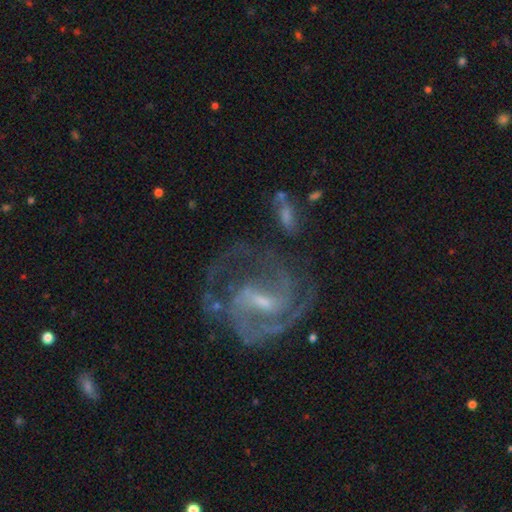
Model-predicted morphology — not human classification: Smooth or featured? Predicted: featured or disk (p=0.87). Edge-on disk? Predicted: no (p=0.97). Bar? Predicted: weak (p=0.50). Spiral arms? Predicted: yes (p=0.96). Spiral winding? Predicted: medium (p=0.48). Spiral arm count? Predicted: 2 (p=0.55). Bulge size? Predicted: small (p=0.61). Merging? Predicted: none (p=0.62).